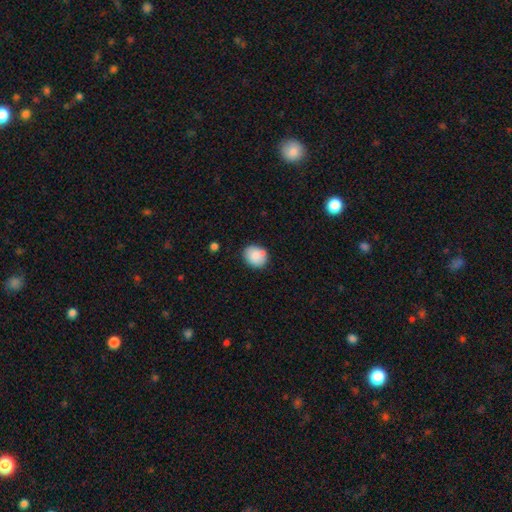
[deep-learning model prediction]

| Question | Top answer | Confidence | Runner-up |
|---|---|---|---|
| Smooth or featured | smooth | 85% | star or artifact (8%) |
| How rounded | round | 66% | in between (33%) |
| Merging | none | 73% | minor disturbance (18%) |